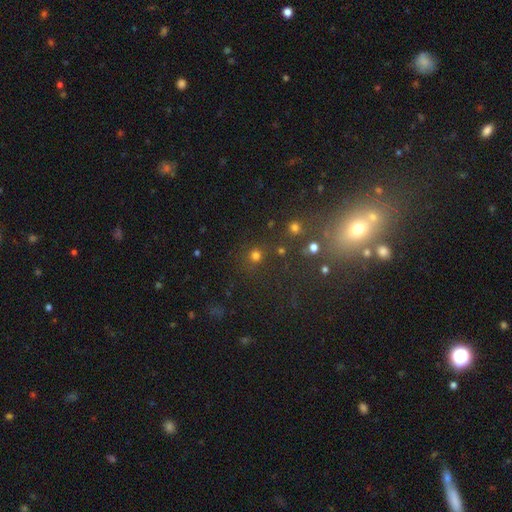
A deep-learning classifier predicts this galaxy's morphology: This appears to be a smooth galaxy with no disk features (70%) that is round (92%). Merging: none (77%).